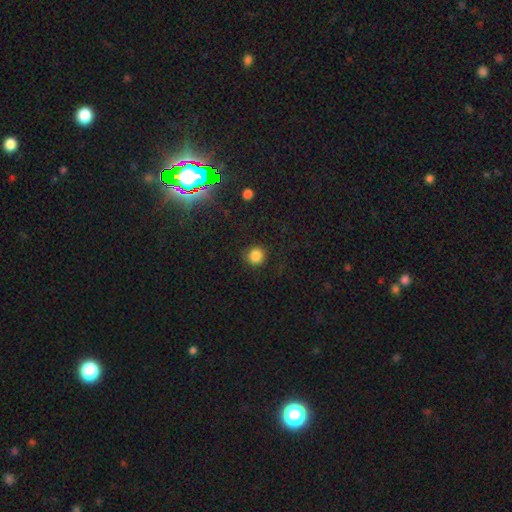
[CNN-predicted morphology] Smooth or featured? smooth (84%)
How rounded? round (92%)
Merging? none (87%)